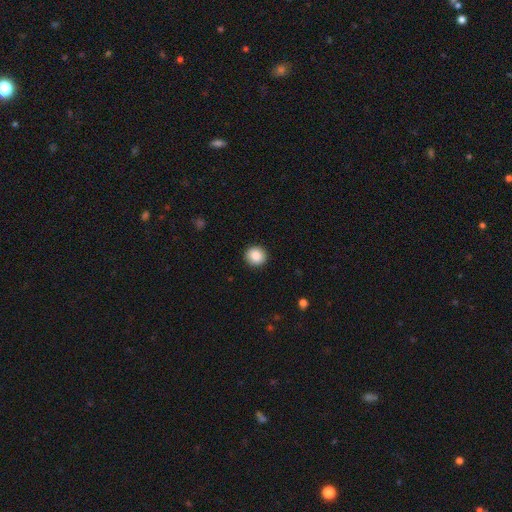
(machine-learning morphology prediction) Smooth or featured? smooth (88%)
How rounded? round (92%)
Merging? none (92%)